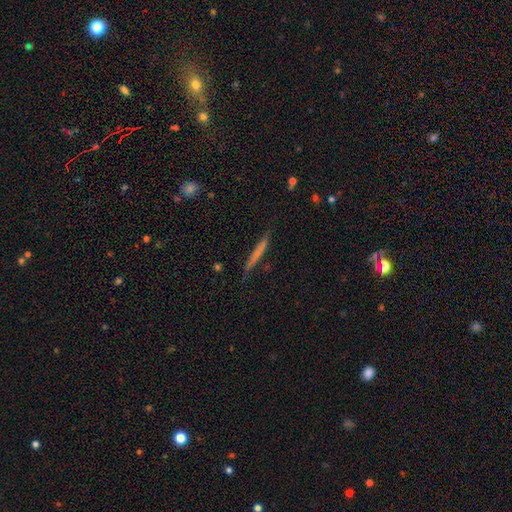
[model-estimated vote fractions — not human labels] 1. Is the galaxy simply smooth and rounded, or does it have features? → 55% smooth, 38% featured or disk, 7% star or artifact.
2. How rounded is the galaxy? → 96% cigar-shaped, 2% in between, 2% round.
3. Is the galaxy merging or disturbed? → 88% none, 9% minor disturbance, 2% major disturbance, 1% merger.